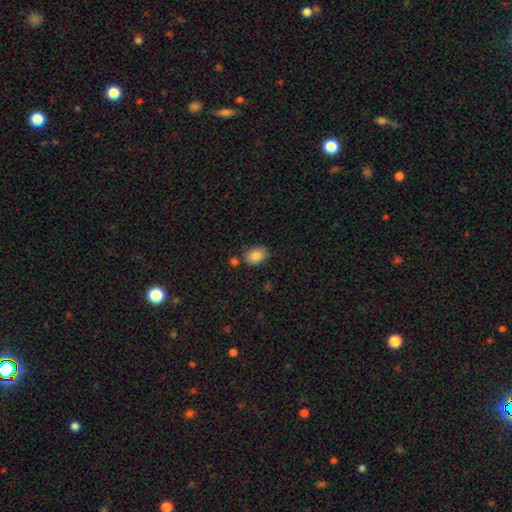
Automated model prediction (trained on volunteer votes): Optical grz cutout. It shows a smooth galaxy with no disk features (86%) that is in between round and cigar-shaped (75%). Merging: none (73%).